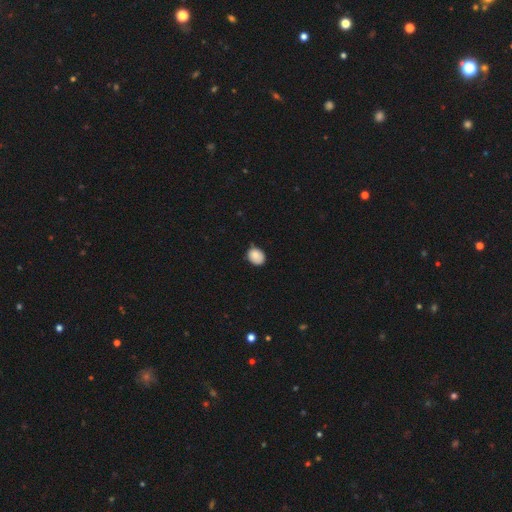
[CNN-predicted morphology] This appears to be a smooth galaxy with no disk features (83%) that is round (52%). Merging: none (66%).